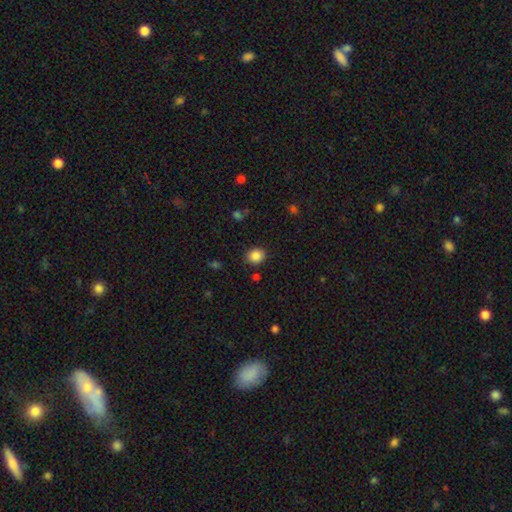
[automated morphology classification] Smooth or featured? smooth (86%)
How rounded? round (67%)
Merging? none (86%)